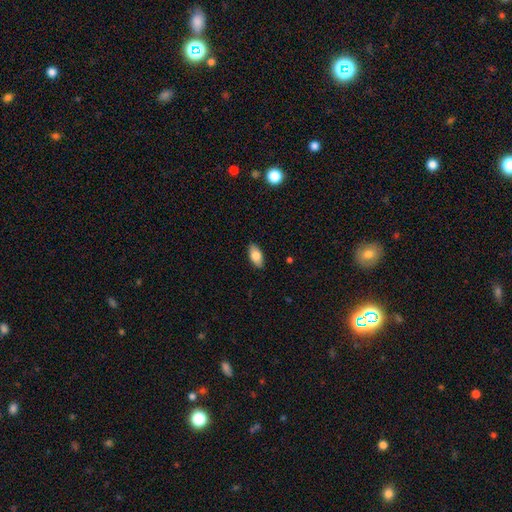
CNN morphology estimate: A smooth galaxy with no disk features (81%) that is in between round and cigar-shaped (92%). Merging: none (89%).